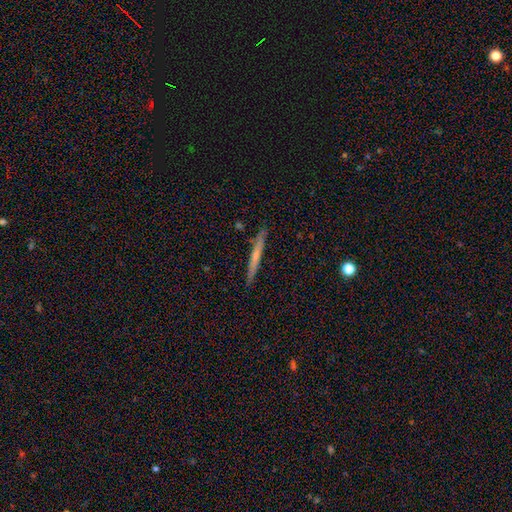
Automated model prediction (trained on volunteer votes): smooth-or-featured: featured or disk: 47% | smooth: 46% | star or artifact: 7%
  merging: none: 89% | minor disturbance: 8% | major disturbance: 1% | merger: 1%